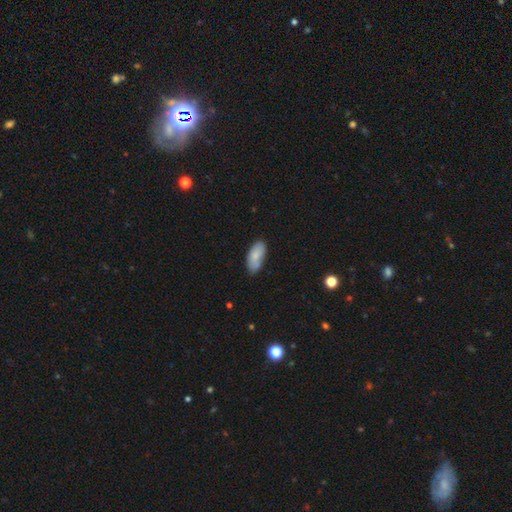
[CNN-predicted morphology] Smooth or featured?
  - smooth: 81% *
  - featured or disk: 13%
  - star or artifact: 6%
How rounded?
  - in between: 90% *
  - cigar-shaped: 8%
  - round: 2%
Merging?
  - none: 64% *
  - minor disturbance: 23%
  - merger: 8%
  - major disturbance: 4%